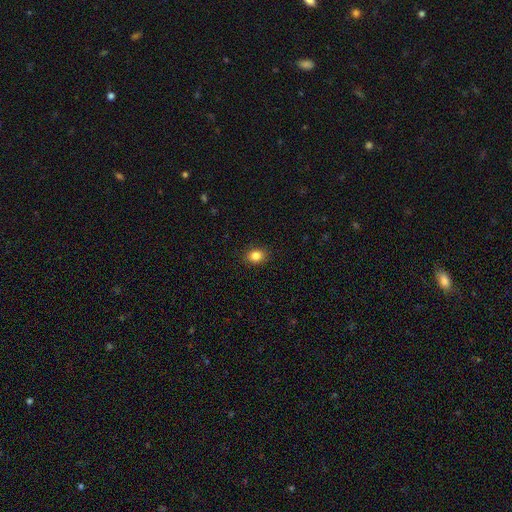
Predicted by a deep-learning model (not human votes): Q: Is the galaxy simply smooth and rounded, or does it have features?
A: smooth — 84%.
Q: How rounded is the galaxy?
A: in between — 54%.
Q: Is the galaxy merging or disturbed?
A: none — 89%.